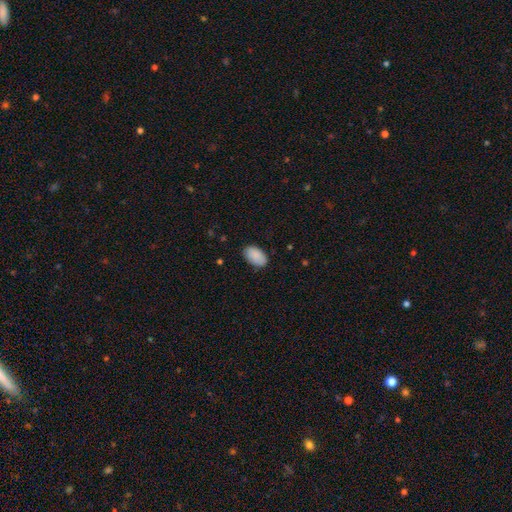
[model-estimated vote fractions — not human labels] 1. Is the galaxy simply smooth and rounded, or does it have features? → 89% smooth, 6% star or artifact, 5% featured or disk.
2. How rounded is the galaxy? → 94% in between, 5% round, 1% cigar-shaped.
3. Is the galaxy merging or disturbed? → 84% none, 13% minor disturbance, 2% major disturbance, 1% merger.